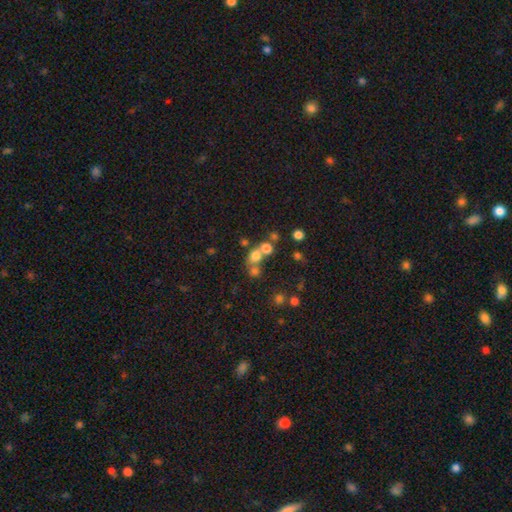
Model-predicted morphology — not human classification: Overall: smooth (68%). How rounded: round (73%). Merging: merger (45%; none 43%).